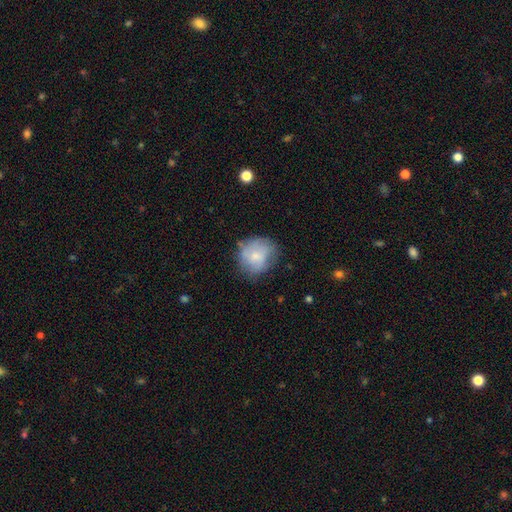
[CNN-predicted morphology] This appears to be a smooth galaxy with no disk features (66%) that is round (74%). Merging: none (59%).